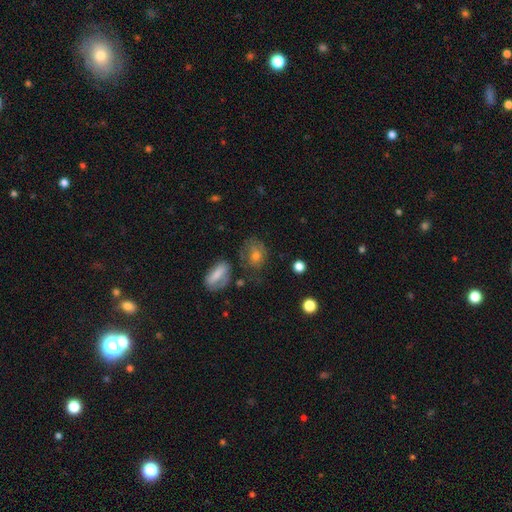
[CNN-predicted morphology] type=smooth (50%); merging=none (54%).